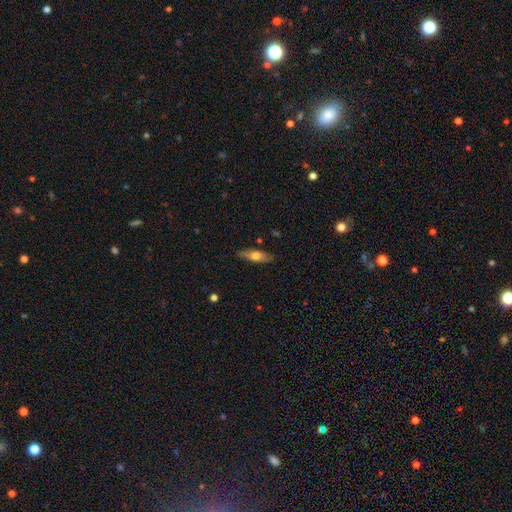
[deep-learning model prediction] Smooth or featured?
  - smooth: 55% *
  - featured or disk: 39%
  - star or artifact: 6%
How rounded?
  - cigar-shaped: 54% *
  - in between: 44%
  - round: 3%
Merging?
  - none: 84% *
  - minor disturbance: 12%
  - major disturbance: 2%
  - merger: 1%